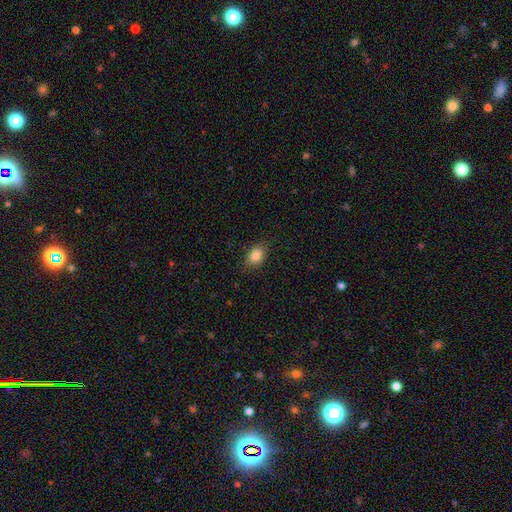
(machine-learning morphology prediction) The model was most divided on "how rounded": in between: 78%, round: 20%, cigar-shaped: 2%. More confident: smooth or featured — smooth (85%); merging — none (82%).